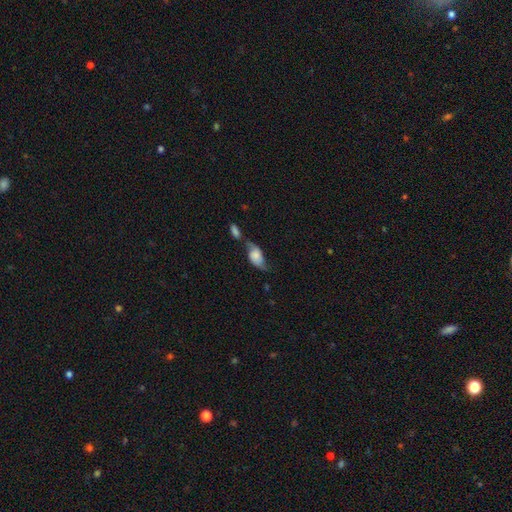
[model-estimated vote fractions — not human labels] Smooth or featured? smooth (49%)
Merging? merger (35%)